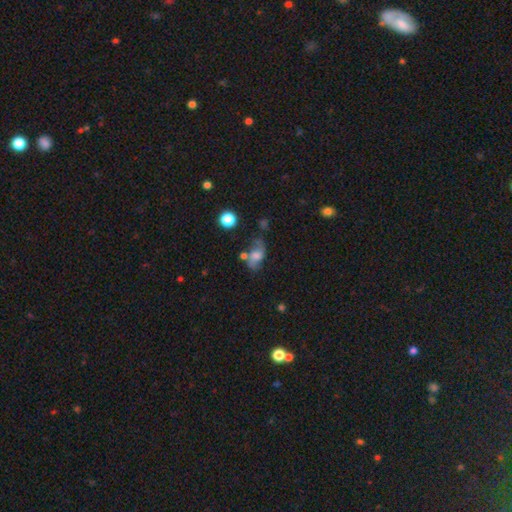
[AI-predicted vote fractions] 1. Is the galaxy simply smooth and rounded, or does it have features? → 50% featured or disk, 38% smooth, 12% star or artifact.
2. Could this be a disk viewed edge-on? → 94% no, 6% yes.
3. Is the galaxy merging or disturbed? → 51% none, 23% minor disturbance, 14% major disturbance, 12% merger.